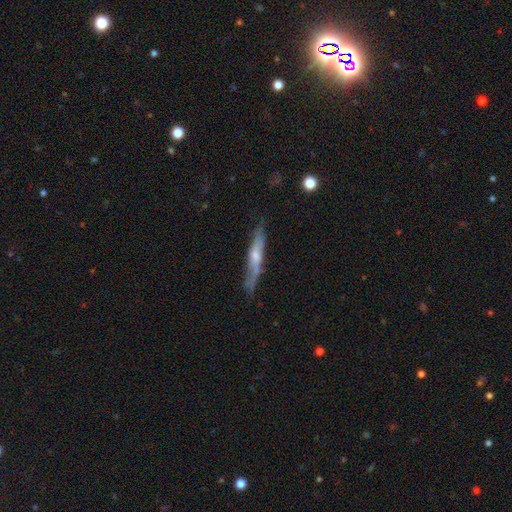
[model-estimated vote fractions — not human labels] Smooth or featured? Predicted: featured or disk (p=0.59). Edge-on disk? Predicted: yes (p=0.83). Merging? Predicted: none (p=0.72).